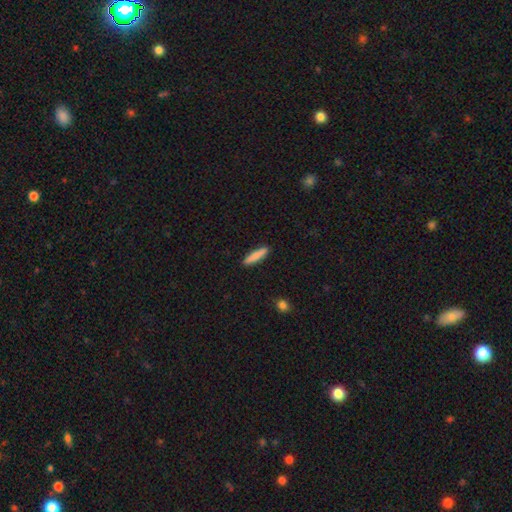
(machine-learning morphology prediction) Overall: smooth (85%). How rounded: cigar-shaped (86%). Merging: none (91%).